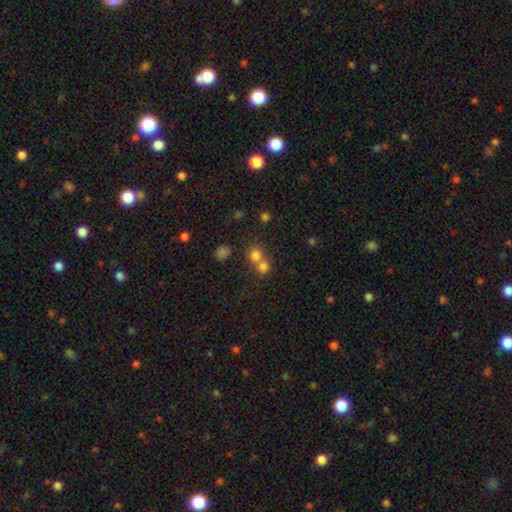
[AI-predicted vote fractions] The model was most divided on "merging": merger: 48%, none: 44%, minor disturbance: 5%, major disturbance: 3%. More confident: how rounded — round (86%); smooth or featured — smooth (75%).